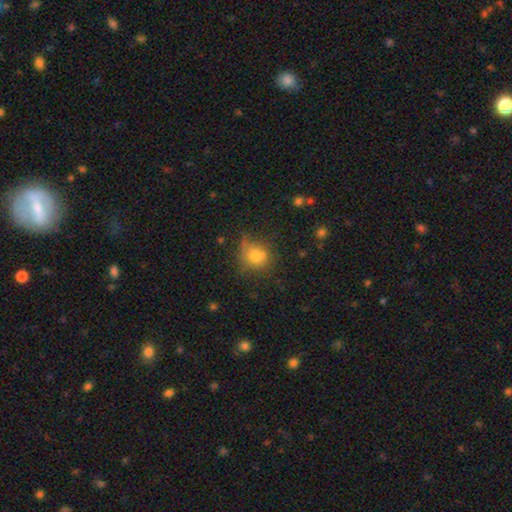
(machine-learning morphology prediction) The model was most divided on "merging": none: 52%, minor disturbance: 29%, major disturbance: 14%, merger: 5%. More confident: smooth or featured — smooth (73%); how rounded — round (67%).